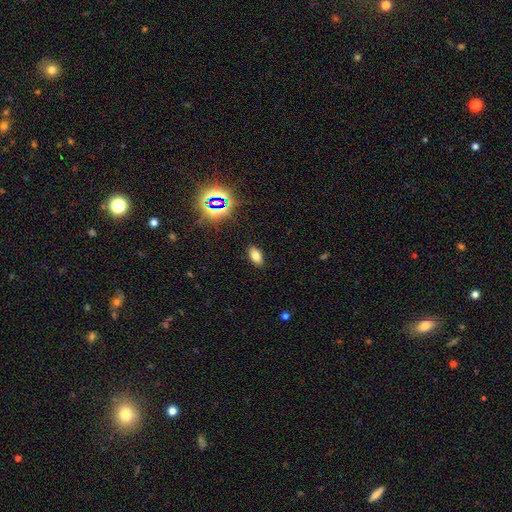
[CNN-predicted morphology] Smooth or featured? smooth (72%)
How rounded? in between (90%)
Merging? none (88%)